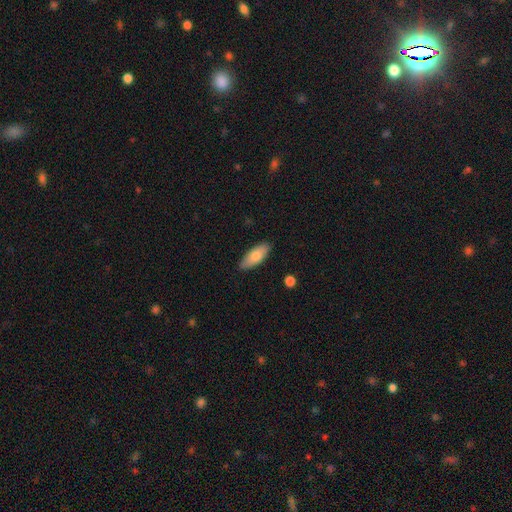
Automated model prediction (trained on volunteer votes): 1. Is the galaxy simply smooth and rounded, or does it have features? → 77% smooth, 17% featured or disk, 6% star or artifact.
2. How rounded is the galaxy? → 79% in between, 19% cigar-shaped, 2% round.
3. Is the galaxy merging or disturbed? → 87% none, 10% minor disturbance, 2% major disturbance, 1% merger.